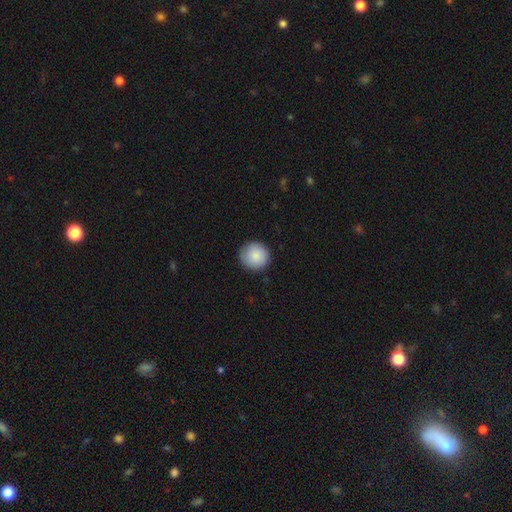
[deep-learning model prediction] This appears to be a smooth galaxy with no disk features (88%) that is round (94%). Merging: none (90%).